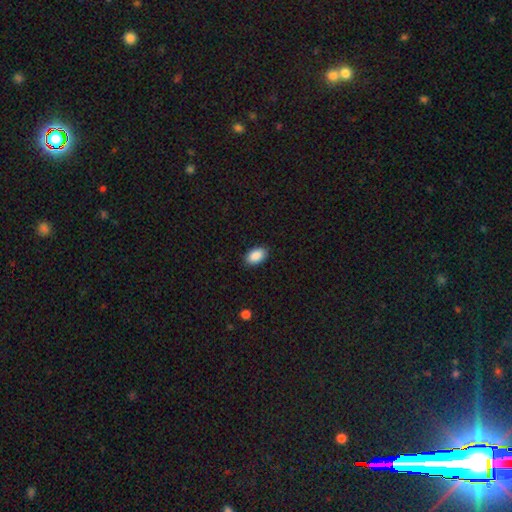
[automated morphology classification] Smooth or featured: smooth — 90% (star or artifact — 7%)
How rounded: in between — 92% (round — 7%)
Merging: none — 88% (minor disturbance — 9%)